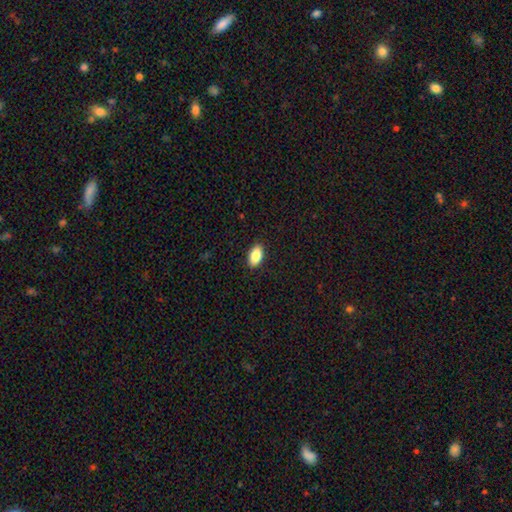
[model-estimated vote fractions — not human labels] smooth 86%, star or artifact 7%, featured or disk 7%. Down the decision tree: how rounded — in between (93%); merging — none (89%).